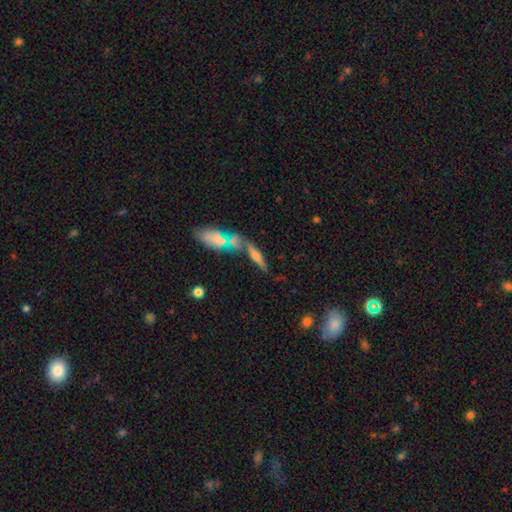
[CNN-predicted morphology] This appears to be a featured or disk galaxy (50%). Merging: none (58%).